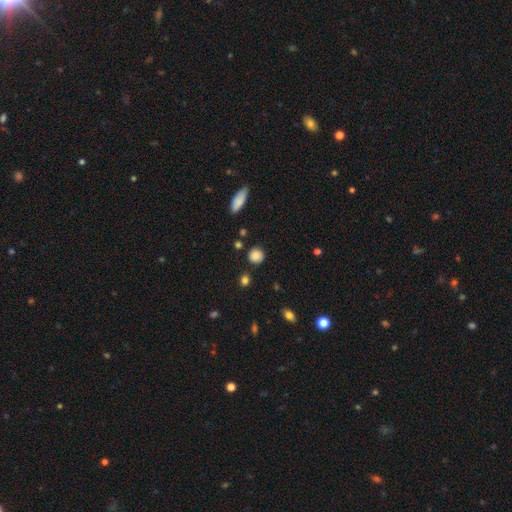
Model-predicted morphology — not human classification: Q: Smooth or featured?
A: smooth (83%); runner-up: star or artifact (10%)
Q: How rounded?
A: round (88%); runner-up: in between (10%)
Q: Merging?
A: none (82%); runner-up: minor disturbance (12%)